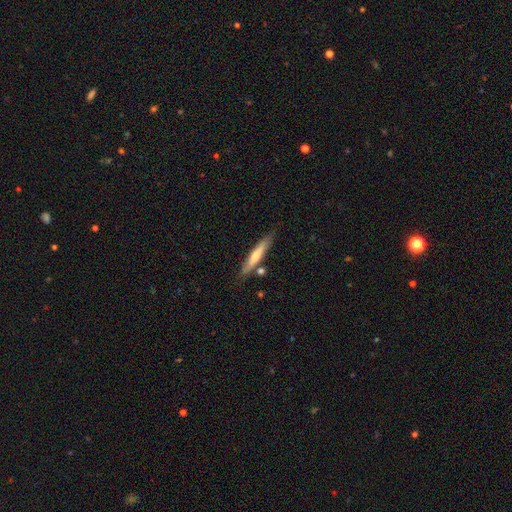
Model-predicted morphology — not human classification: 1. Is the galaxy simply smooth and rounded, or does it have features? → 49% featured or disk, 45% smooth, 6% star or artifact.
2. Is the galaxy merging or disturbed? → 81% none, 12% minor disturbance, 5% merger, 2% major disturbance.